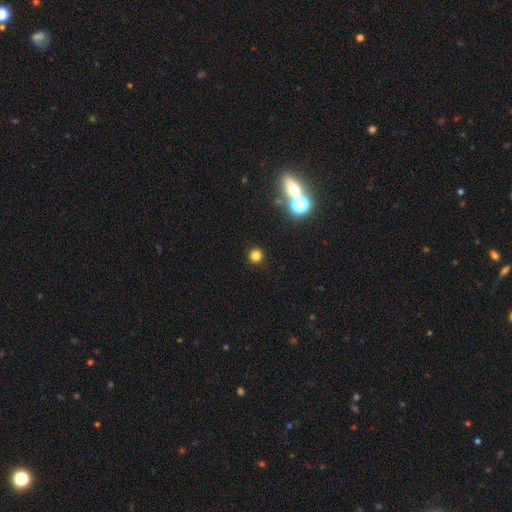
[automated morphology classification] The model was most divided on "smooth or featured": smooth: 78%, star or artifact: 17%, featured or disk: 4%. More confident: how rounded — round (94%); merging — none (91%).